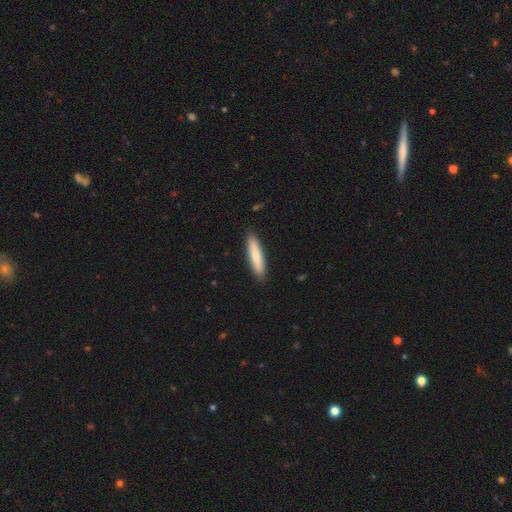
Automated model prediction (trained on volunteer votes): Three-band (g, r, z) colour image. It shows a smooth galaxy with no disk features (78%) that is cigar-shaped (86%). Merging: none (90%).